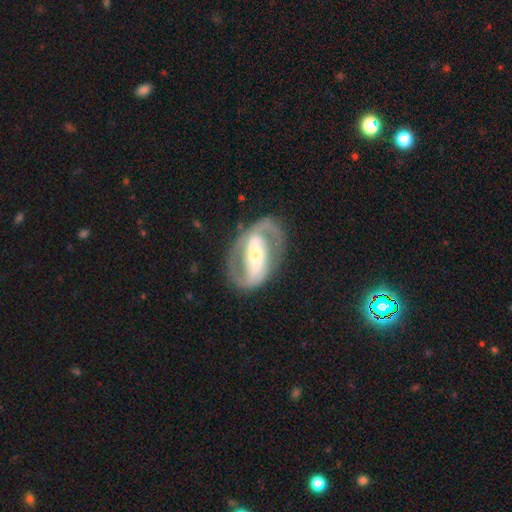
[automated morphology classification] This appears to be a featured or disk galaxy (86%) with a strong bar (62%), 2 (90%) medium (49%) spiral arms (90%) and a small central bulge (44%). Merging: none (79%).